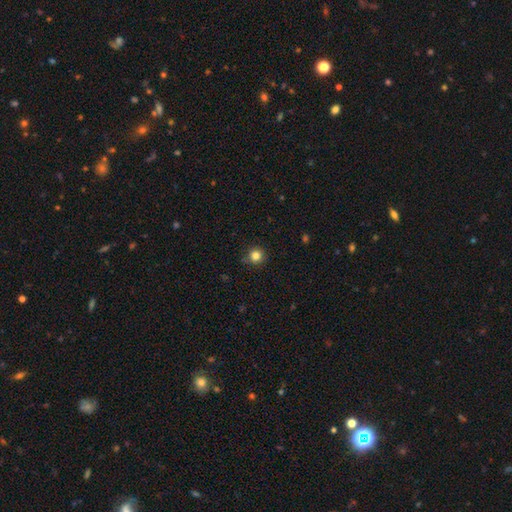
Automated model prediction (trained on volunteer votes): The model was most divided on "smooth or featured": smooth: 83%, star or artifact: 12%, featured or disk: 5%. More confident: how rounded — round (94%); merging — none (87%).